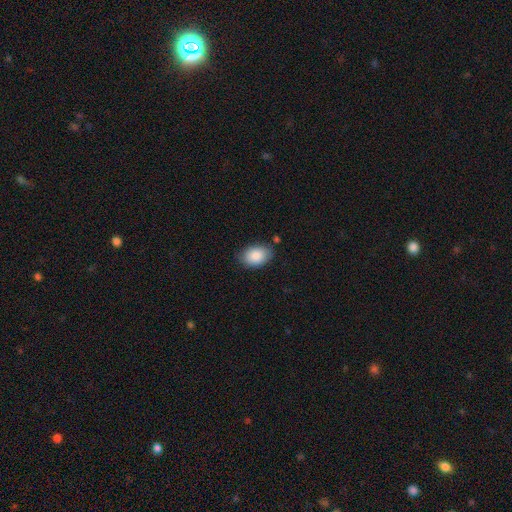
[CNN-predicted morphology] This is clearly a smooth galaxy (88%). How rounded: clearly in between (86%). Merging: likely none (78%).